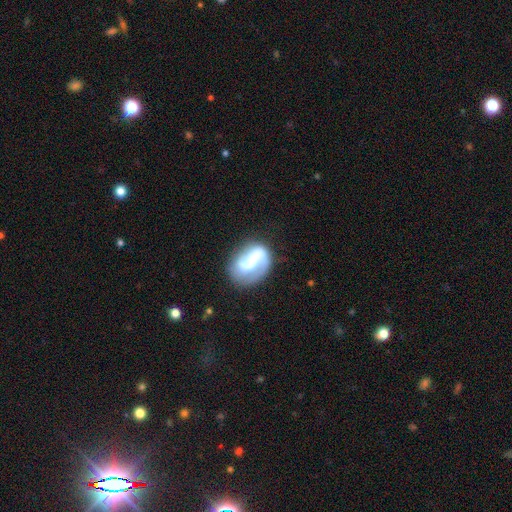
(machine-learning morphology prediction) Smooth or featured? Predicted: featured or disk (p=0.72). Edge-on disk? Predicted: no (p=0.98). Bar? Predicted: weak (p=0.37). Spiral arms? Predicted: yes (p=0.88). Spiral winding? Predicted: loose (p=0.44). Spiral arm count? Predicted: 2 (p=0.65). Bulge size? Predicted: none (p=0.34). Merging? Predicted: none (p=0.56).